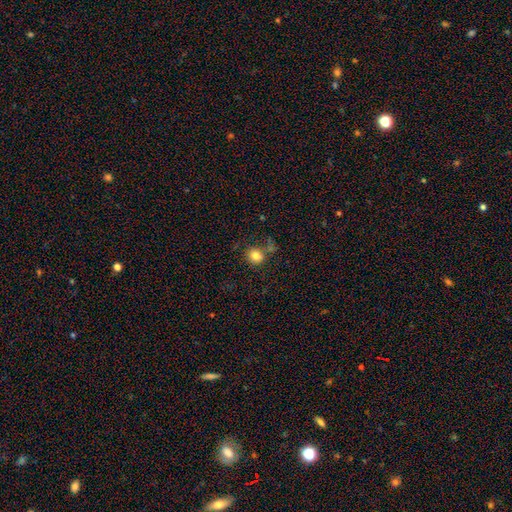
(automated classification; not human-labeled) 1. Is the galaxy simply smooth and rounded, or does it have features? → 81% smooth, 11% star or artifact, 8% featured or disk.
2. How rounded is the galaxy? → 76% round, 23% in between, 1% cigar-shaped.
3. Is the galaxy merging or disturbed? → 68% none, 14% minor disturbance, 13% merger, 6% major disturbance.